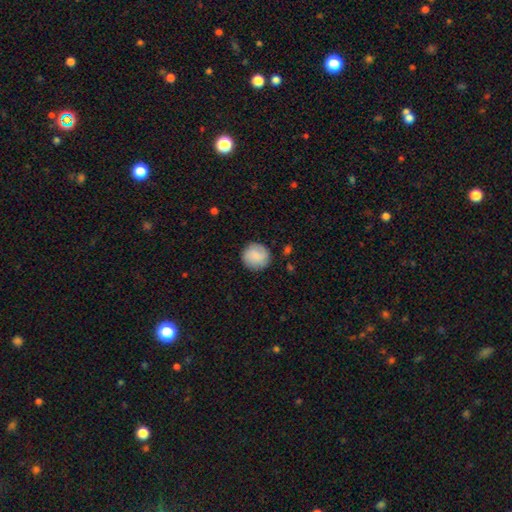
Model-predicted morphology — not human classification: A smooth galaxy with no disk features (83%) that is round (93%). Merging: none (87%).